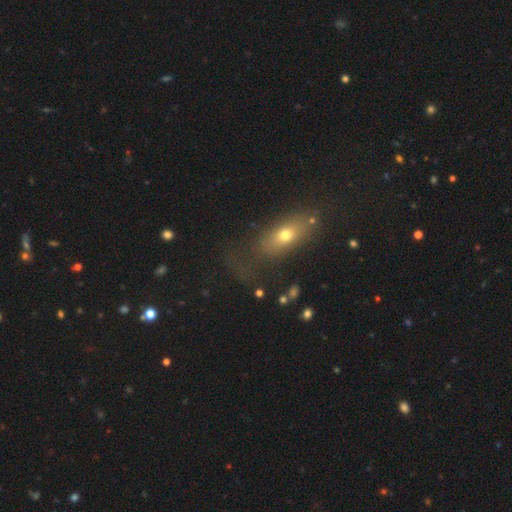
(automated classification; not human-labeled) Smooth or featured?
  - smooth: 42% *
  - featured or disk: 34%
  - star or artifact: 24%
Merging?
  - none: 71% *
  - minor disturbance: 16%
  - major disturbance: 10%
  - merger: 3%